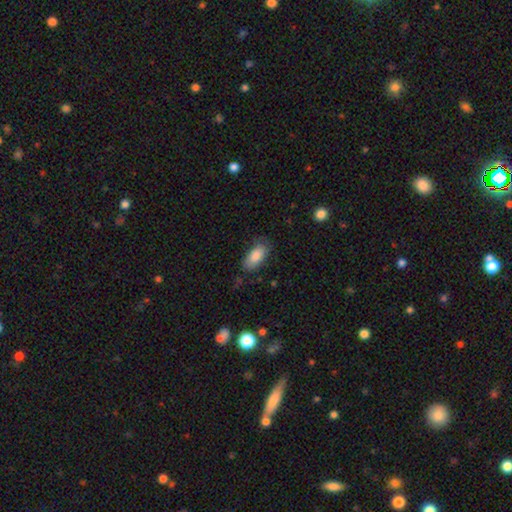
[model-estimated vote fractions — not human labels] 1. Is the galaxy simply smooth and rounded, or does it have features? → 84% smooth, 10% featured or disk, 7% star or artifact.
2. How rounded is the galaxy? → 90% in between, 8% cigar-shaped, 3% round.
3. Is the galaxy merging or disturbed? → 74% none, 19% minor disturbance, 5% major disturbance, 2% merger.